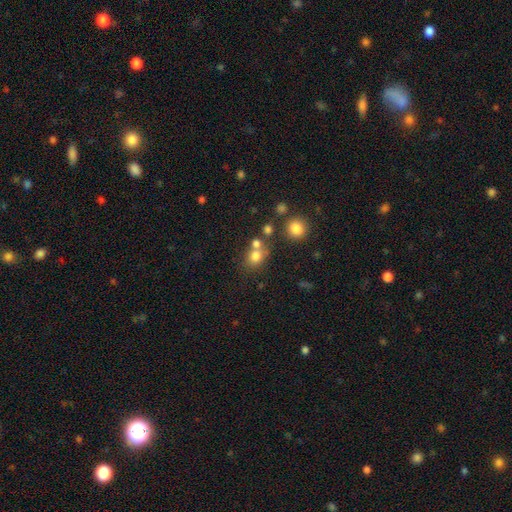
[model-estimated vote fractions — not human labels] Smooth or featured?
  - smooth: 75% *
  - star or artifact: 14%
  - featured or disk: 10%
How rounded?
  - round: 68% *
  - in between: 31%
  - cigar-shaped: 1%
Merging?
  - none: 52% *
  - merger: 32%
  - minor disturbance: 11%
  - major disturbance: 5%